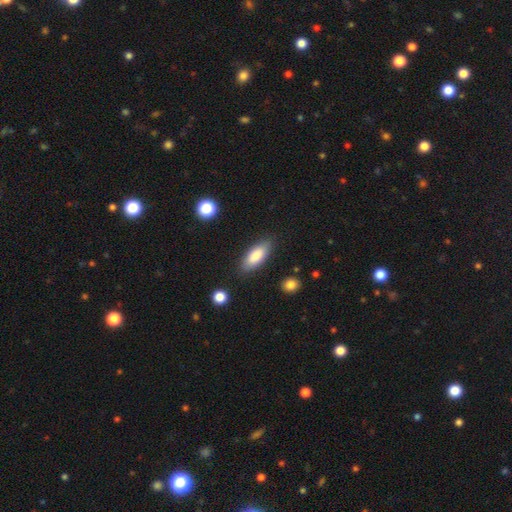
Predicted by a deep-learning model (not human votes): A smooth galaxy with no disk features (83%) that is in between round and cigar-shaped (75%). Merging: none (85%).